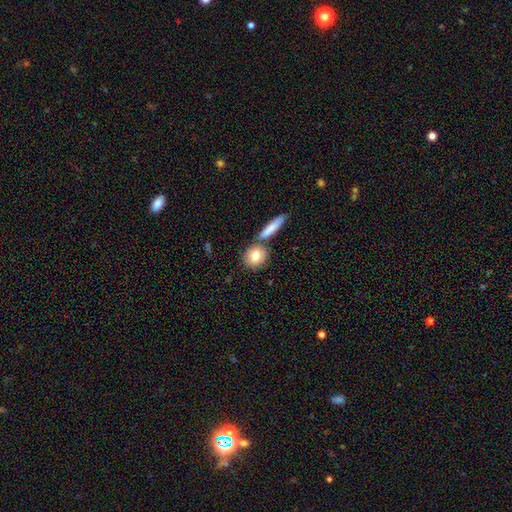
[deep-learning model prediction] Morphology: type=smooth (80%); roundness=round (69%); merging=none (69%).